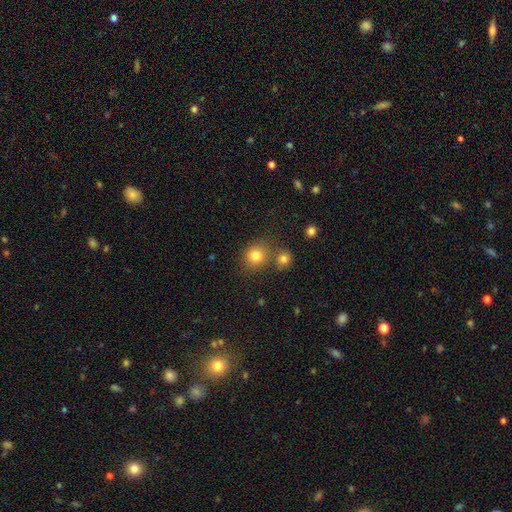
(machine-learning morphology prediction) This is clearly a smooth galaxy (80%). How rounded: clearly round (83%). Merging: likely none (65%).